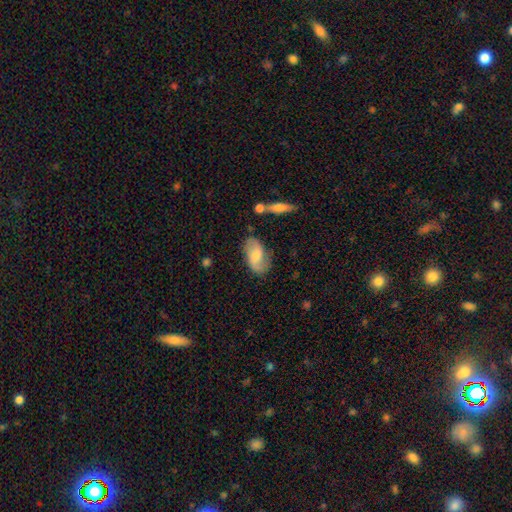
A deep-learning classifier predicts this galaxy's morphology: Smooth or featured? featured or disk (50%)
Edge-on disk? no (94%)
Merging? none (69%)